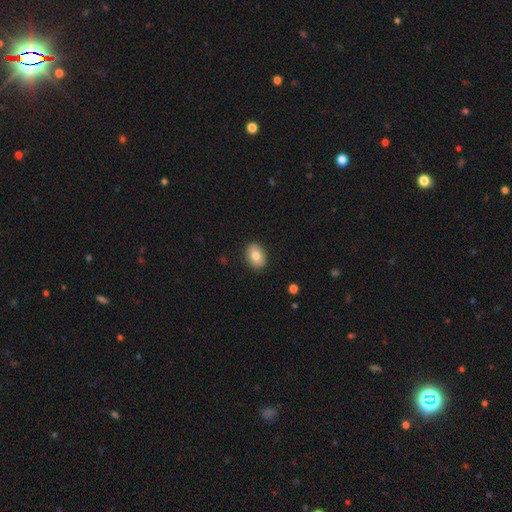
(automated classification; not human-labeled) This appears to be a smooth galaxy with no disk features (80%) that is in between round and cigar-shaped (69%). Merging: none (89%).